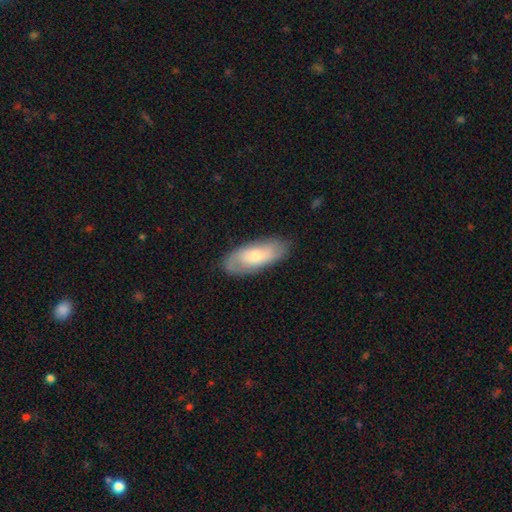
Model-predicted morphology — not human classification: The model was most divided on "smooth or featured": smooth: 52%, featured or disk: 42%, star or artifact: 6%. More confident: how rounded — in between (83%); merging — none (78%).